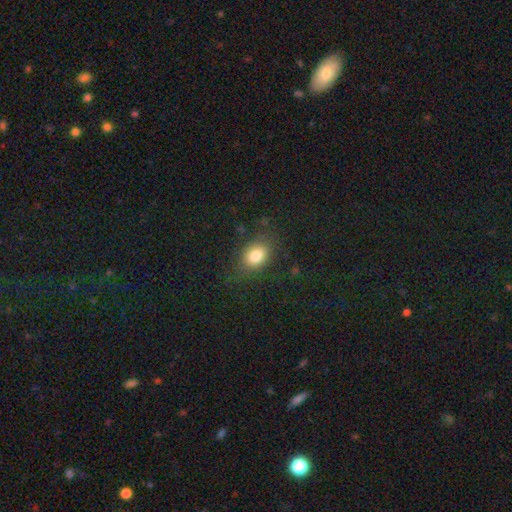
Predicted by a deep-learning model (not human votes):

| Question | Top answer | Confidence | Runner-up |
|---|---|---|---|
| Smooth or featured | smooth | 82% | star or artifact (10%) |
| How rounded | in between | 71% | round (27%) |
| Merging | none | 79% | minor disturbance (14%) |